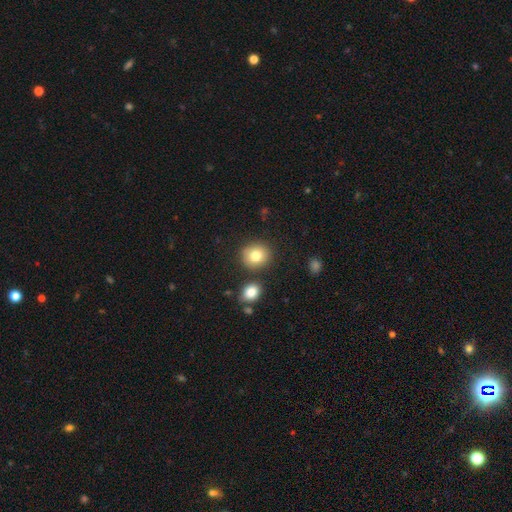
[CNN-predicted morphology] A smooth galaxy with no disk features (81%) that is round (84%).

Vote fractions:
- Smooth or featured? smooth: 81% / star or artifact: 10% / featured or disk: 10%
- How rounded? round: 84% / in between: 15% / cigar-shaped: 1%
- Merging? none: 80% / minor disturbance: 9% / merger: 8% / major disturbance: 3%